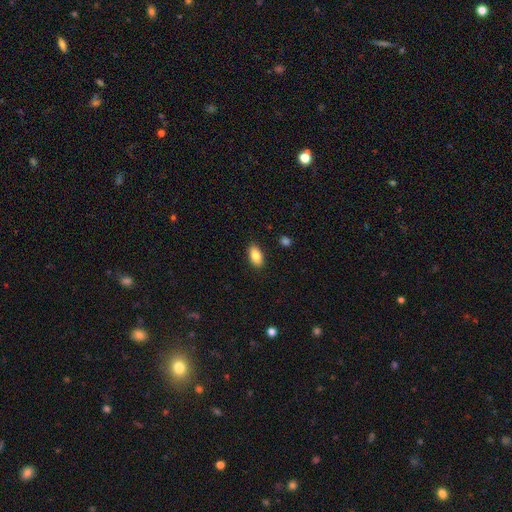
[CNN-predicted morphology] This is clearly a smooth galaxy (84%). How rounded: clearly in between (91%). Merging: clearly none (88%).